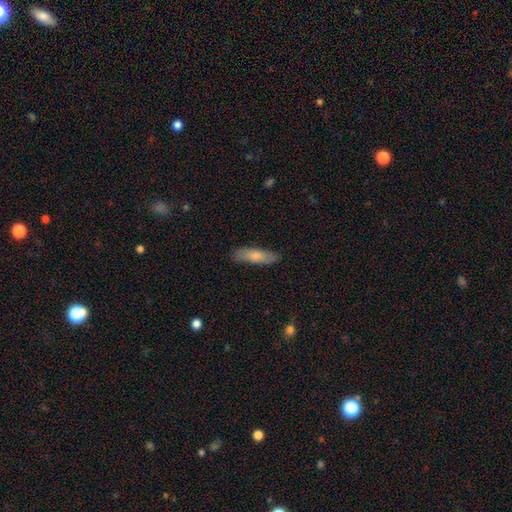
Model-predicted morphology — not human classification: Smooth or featured: smooth — 75% (featured or disk — 20%)
How rounded: cigar-shaped — 61% (in between — 37%)
Merging: none — 84% (minor disturbance — 13%)